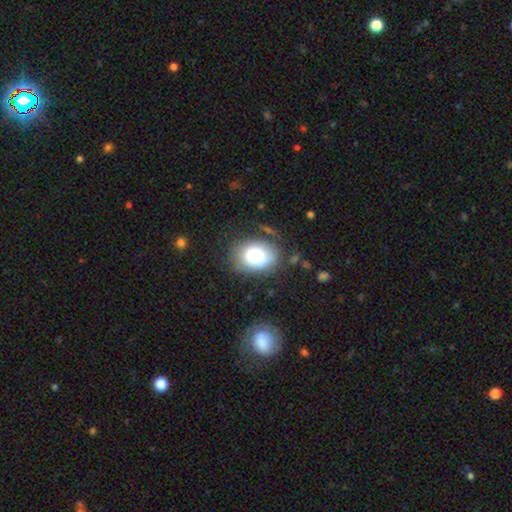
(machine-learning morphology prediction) The model was most divided on "how rounded": in between: 65%, round: 34%, cigar-shaped: 1%. More confident: smooth or featured — smooth (75%); merging — none (64%).